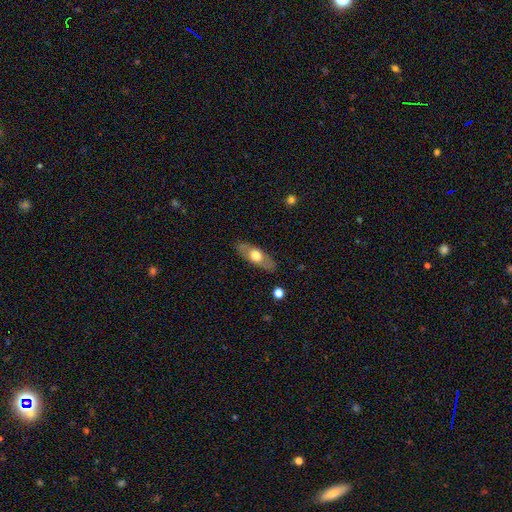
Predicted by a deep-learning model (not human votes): Smooth or featured?
  - smooth: 51% *
  - featured or disk: 43%
  - star or artifact: 6%
How rounded?
  - in between: 72% *
  - cigar-shaped: 23%
  - round: 5%
Merging?
  - none: 84% *
  - minor disturbance: 11%
  - major disturbance: 3%
  - merger: 1%